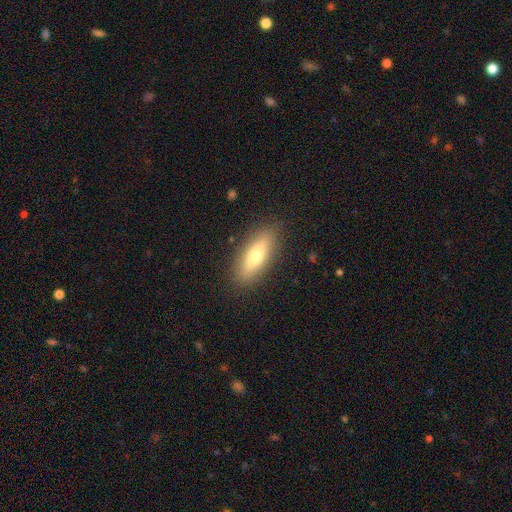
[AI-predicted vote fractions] smooth-or-featured: smooth: 65% | featured or disk: 27% | star or artifact: 7%
  how-rounded: in between: 58% | cigar-shaped: 40% | round: 3%
  merging: none: 88% | minor disturbance: 9% | major disturbance: 2% | merger: 1%